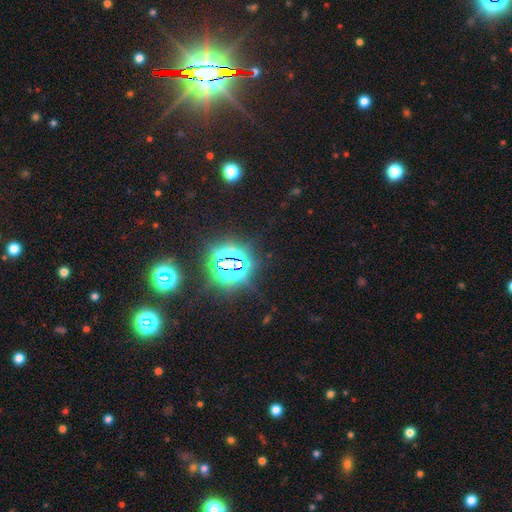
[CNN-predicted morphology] A star or artifact, not a galaxy (84%).